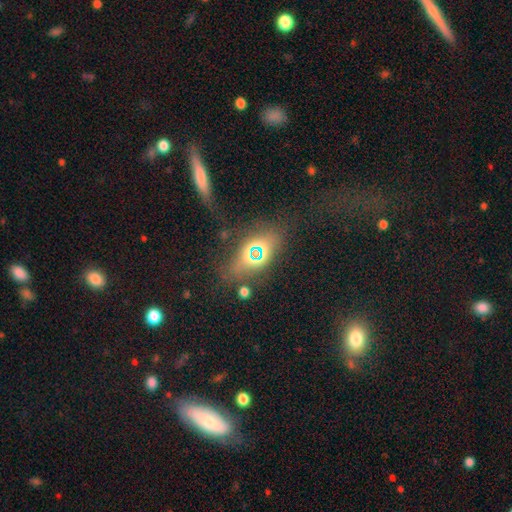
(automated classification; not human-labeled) Smooth or featured: star or artifact — 53% (smooth — 29%)